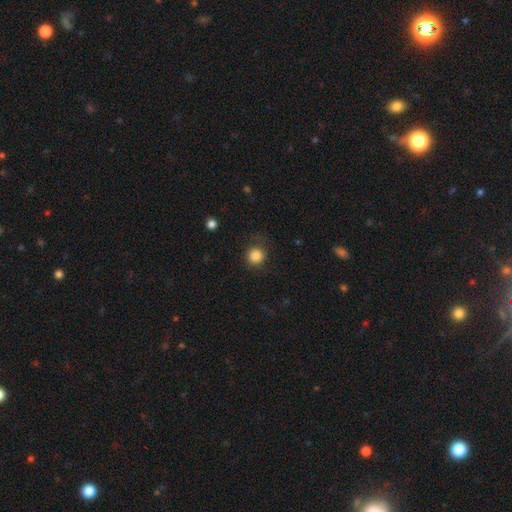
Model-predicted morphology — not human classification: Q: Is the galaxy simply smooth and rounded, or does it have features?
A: smooth — 85%.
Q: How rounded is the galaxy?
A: round — 91%.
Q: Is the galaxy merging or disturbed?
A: none — 79%.